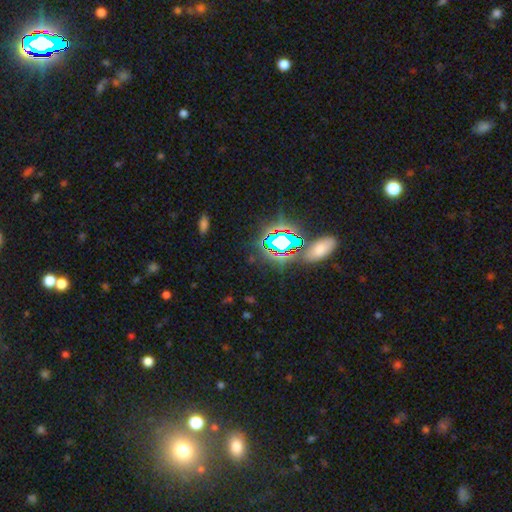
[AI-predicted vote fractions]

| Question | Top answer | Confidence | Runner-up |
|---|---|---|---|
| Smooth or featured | star or artifact | 74% | smooth (16%) |